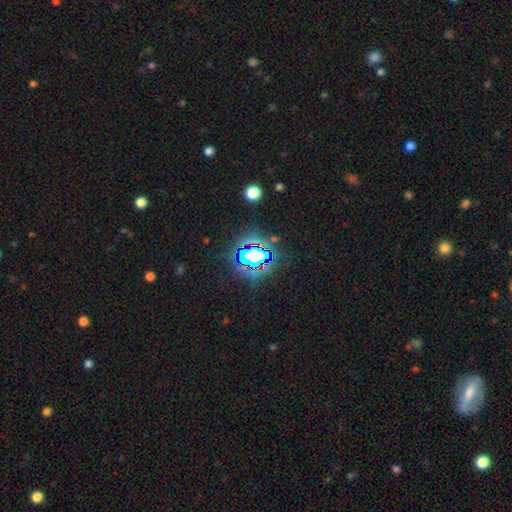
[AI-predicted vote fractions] Morphology: type=star or artifact (82%).